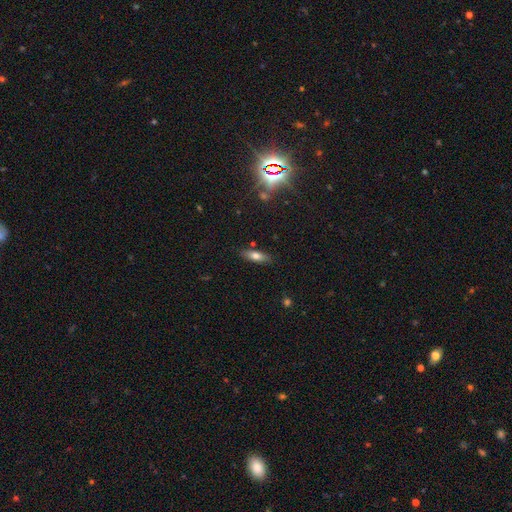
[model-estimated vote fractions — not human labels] The model was most divided on "how rounded": in between: 59%, cigar-shaped: 38%, round: 3%. More confident: merging — none (83%); smooth or featured — smooth (70%).